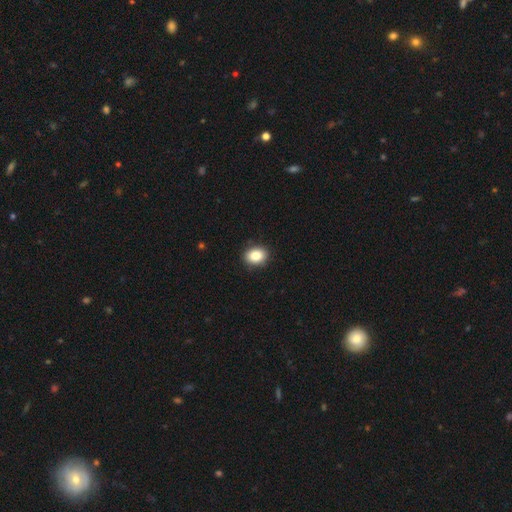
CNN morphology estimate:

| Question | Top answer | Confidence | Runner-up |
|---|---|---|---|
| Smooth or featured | smooth | 85% | star or artifact (9%) |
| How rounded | in between | 56% | round (43%) |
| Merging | none | 89% | minor disturbance (8%) |